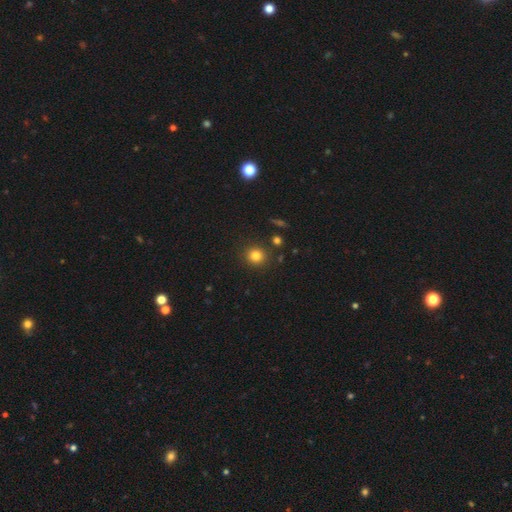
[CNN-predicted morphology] Smooth or featured?
  - smooth: 82% *
  - star or artifact: 12%
  - featured or disk: 6%
How rounded?
  - round: 88% *
  - in between: 11%
  - cigar-shaped: 1%
Merging?
  - none: 87% *
  - minor disturbance: 7%
  - merger: 3%
  - major disturbance: 3%